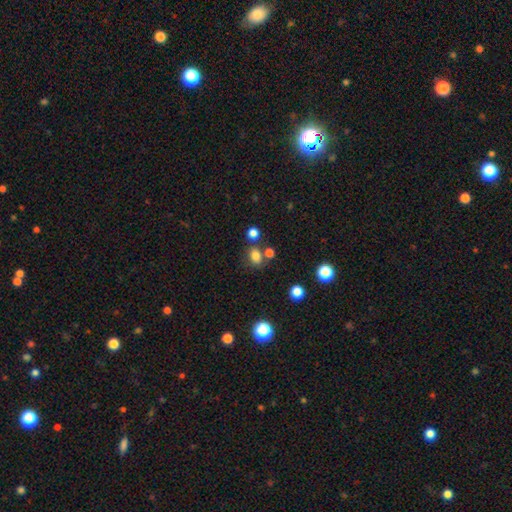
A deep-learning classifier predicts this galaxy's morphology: A smooth galaxy with no disk features (78%) that is in between round and cigar-shaped (59%). Merging: none (65%).